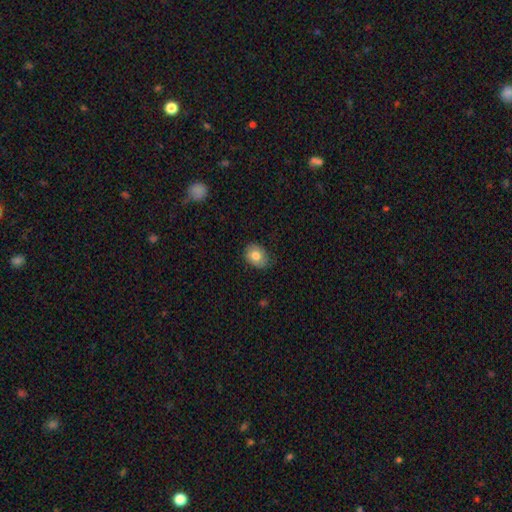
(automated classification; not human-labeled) This is likely a smooth galaxy (76%). How rounded: likely in between (64%). Merging: likely none (77%).